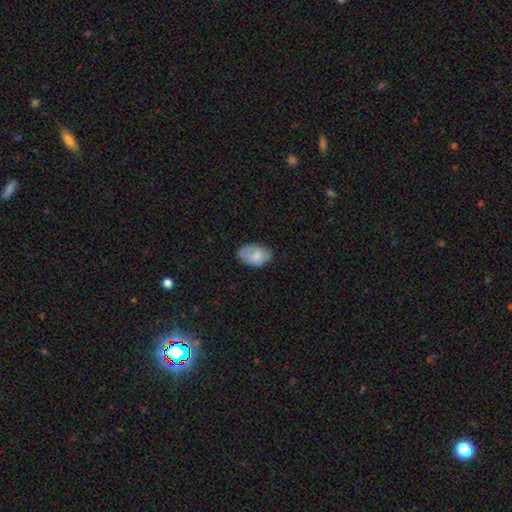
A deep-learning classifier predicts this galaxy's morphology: Smooth or featured: smooth — 78% (featured or disk — 15%)
How rounded: in between — 91% (round — 8%)
Merging: none — 70% (minor disturbance — 23%)